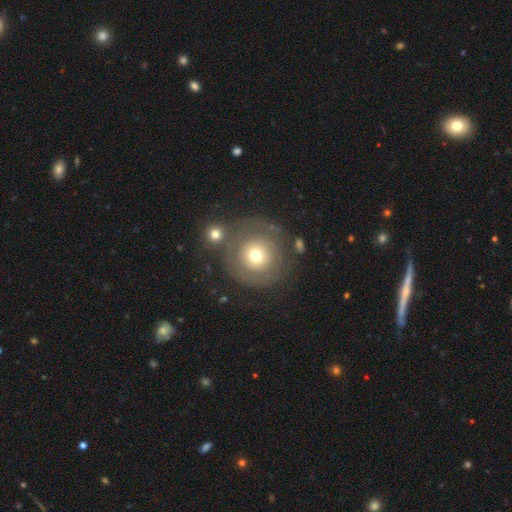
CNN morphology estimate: type=smooth (54%); roundness=round (93%); merging=none (66%).